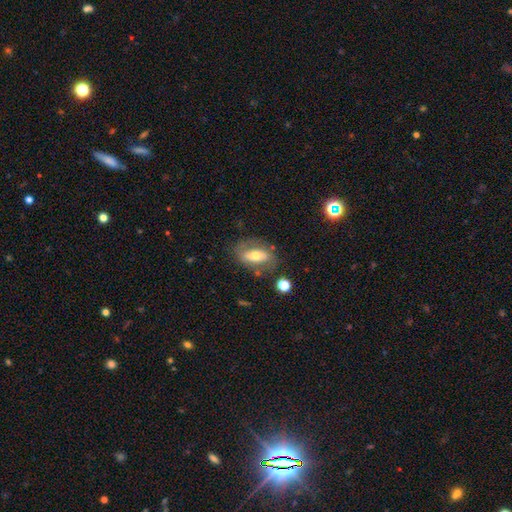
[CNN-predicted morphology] smooth_or_featured: featured or disk (p=0.50) [alt: smooth p=0.42]
merging: none (p=0.65) [alt: minor disturbance p=0.19]